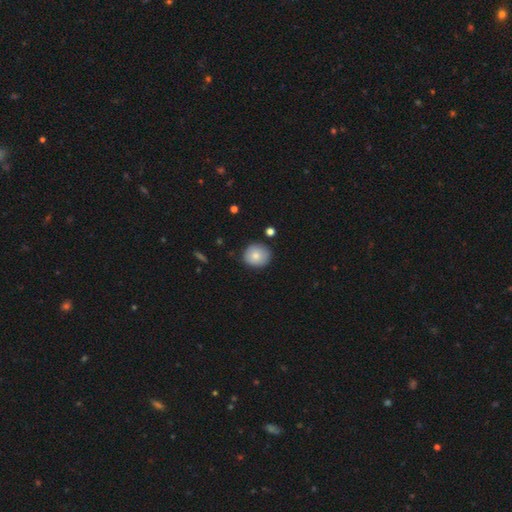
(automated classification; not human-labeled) Morphology: type=smooth (80%); roundness=round (83%); merging=none (83%).